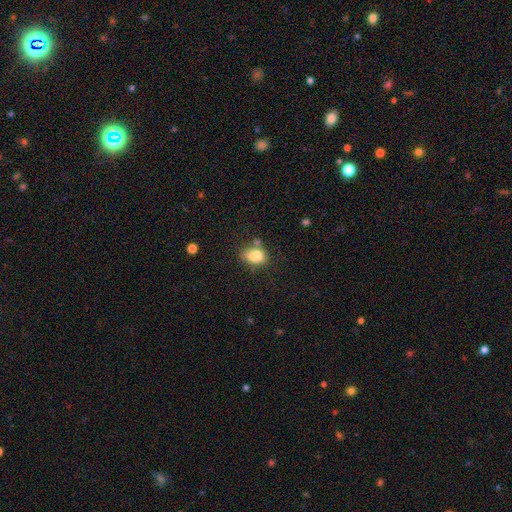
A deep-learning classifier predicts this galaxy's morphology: A smooth galaxy with no disk features (82%) that is in between round and cigar-shaped (75%). Merging: none (53%).